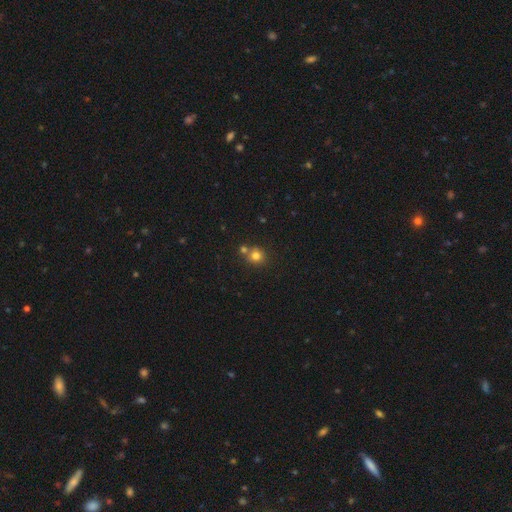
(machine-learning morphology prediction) Smooth or featured? smooth (78%)
How rounded? round (87%)
Merging? none (60%)